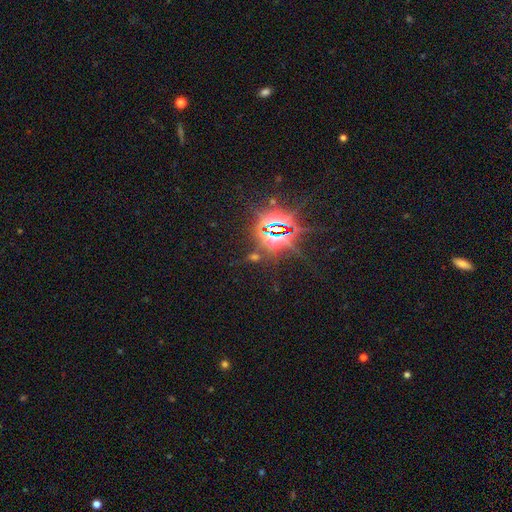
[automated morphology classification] Overall: star or artifact (83%).